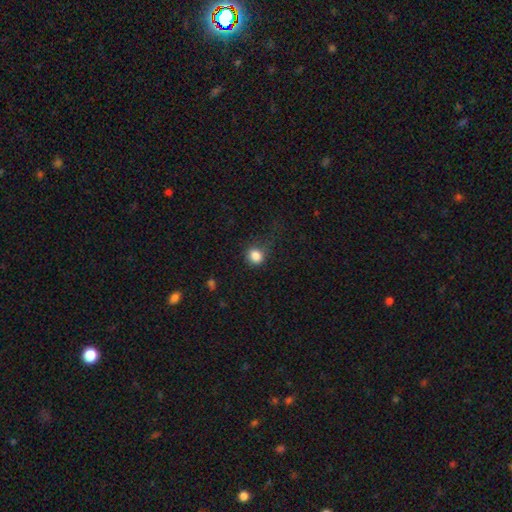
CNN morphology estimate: smooth_or_featured: smooth (p=0.84) [alt: star or artifact p=0.11]
how_rounded: round (p=0.84) [alt: in between p=0.15]
merging: none (p=0.72) [alt: minor disturbance p=0.18]